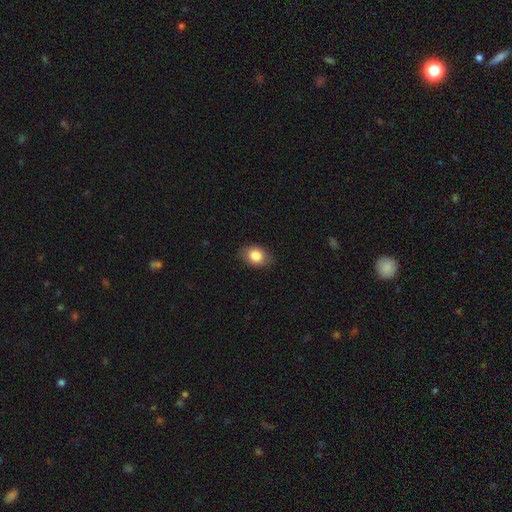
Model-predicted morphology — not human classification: Smooth or featured? smooth (84%)
How rounded? in between (68%)
Merging? none (83%)